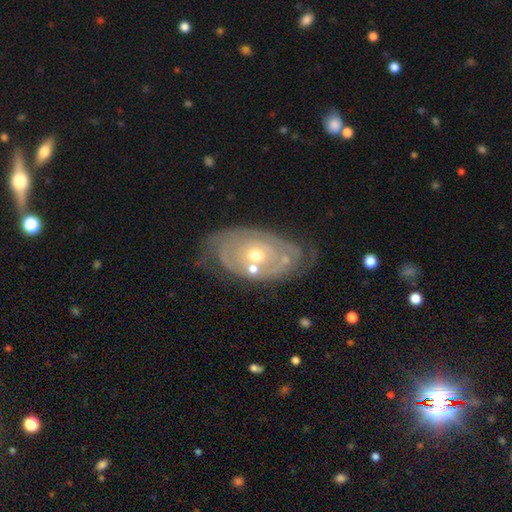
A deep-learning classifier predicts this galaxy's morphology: This appears to be a featured or disk galaxy (81%) with no bar (84%), tight (75%) spiral arms (75%) and a moderate central bulge (62%). Merging: none (60%).